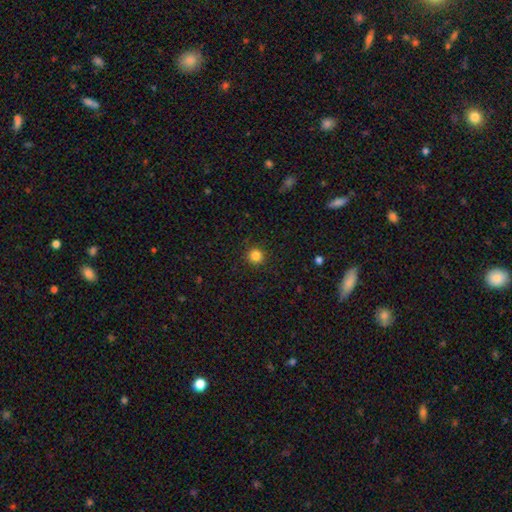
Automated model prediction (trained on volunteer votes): Smooth or featured: smooth — 84% (star or artifact — 12%)
How rounded: round — 95% (in between — 4%)
Merging: none — 92% (minor disturbance — 5%)